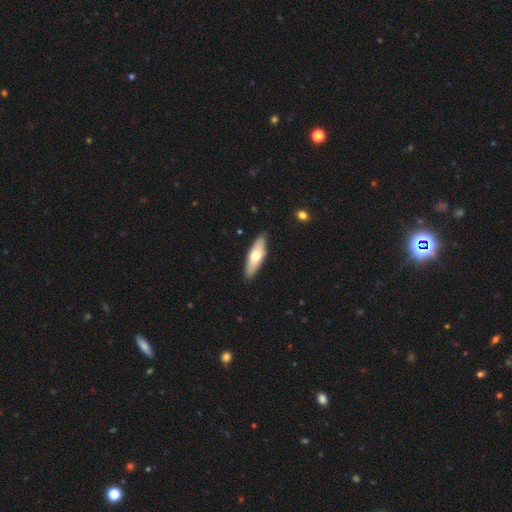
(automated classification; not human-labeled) Overall: smooth (60%; featured or disk 35%). How rounded: in between (51%; cigar-shaped 47%). Merging: none (87%).